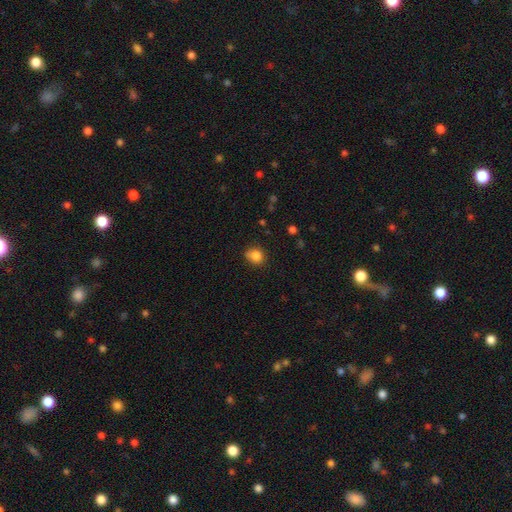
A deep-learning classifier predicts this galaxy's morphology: This appears to be a smooth galaxy with no disk features (84%) that is round (70%). Merging: none (67%).